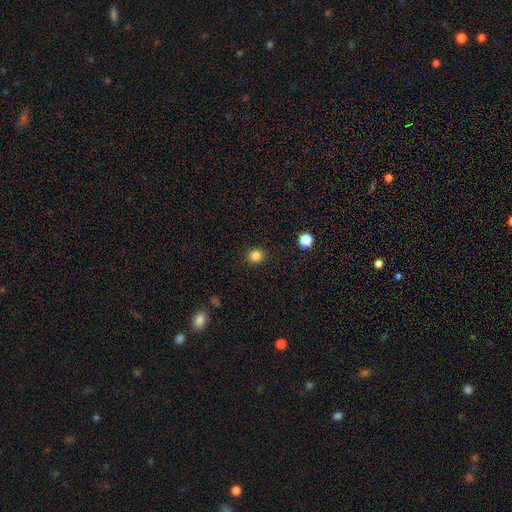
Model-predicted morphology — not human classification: Smooth or featured: smooth — 83% (star or artifact — 13%)
How rounded: round — 90% (in between — 9%)
Merging: none — 92% (minor disturbance — 5%)